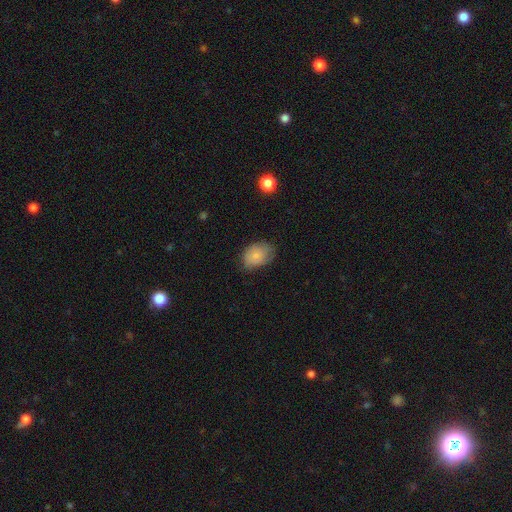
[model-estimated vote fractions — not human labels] smooth-or-featured: smooth: 79% | featured or disk: 14% | star or artifact: 8%
  how-rounded: in between: 75% | round: 24% | cigar-shaped: 1%
  merging: none: 60% | minor disturbance: 31% | major disturbance: 8% | merger: 1%